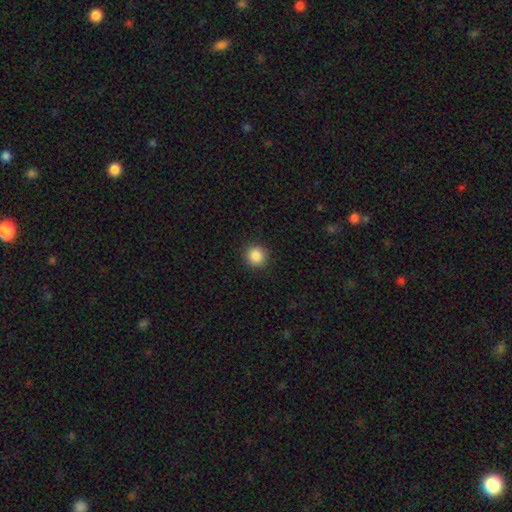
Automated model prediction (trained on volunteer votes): Smooth or featured? smooth (87%)
How rounded? round (93%)
Merging? none (92%)